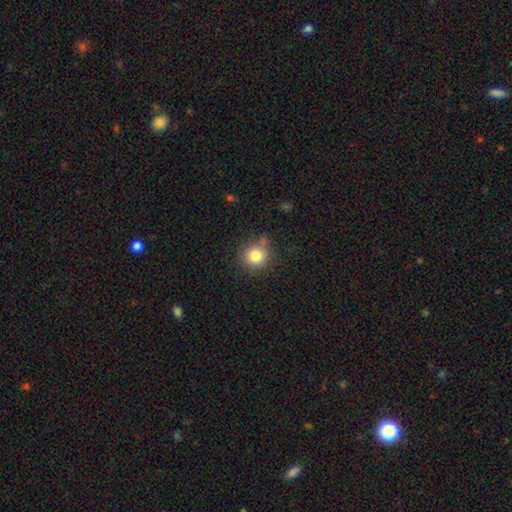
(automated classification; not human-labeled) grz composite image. It shows a smooth galaxy with no disk features (82%) that is round (91%). Merging: none (77%).